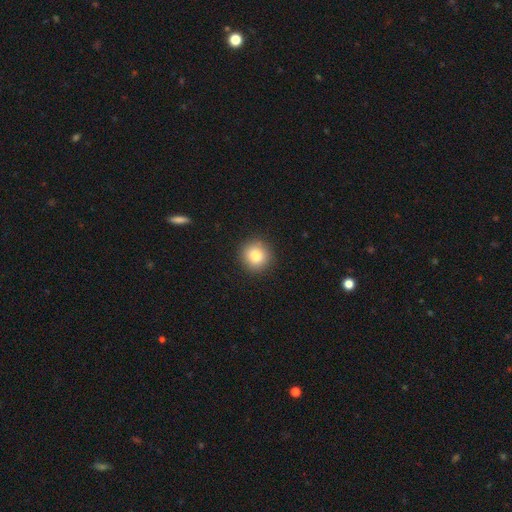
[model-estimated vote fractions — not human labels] smooth-or-featured: smooth: 83% | star or artifact: 10% | featured or disk: 7%
  how-rounded: round: 92% | in between: 7% | cigar-shaped: 1%
  merging: none: 91% | minor disturbance: 6% | major disturbance: 2% | merger: 1%